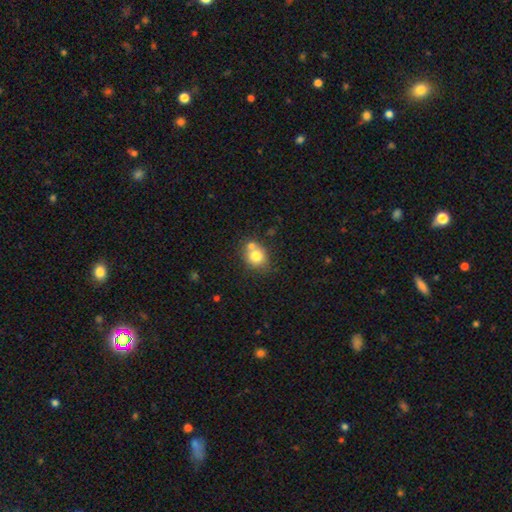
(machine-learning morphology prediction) smooth 76%, featured or disk 13%, star or artifact 10%. Down the decision tree: how rounded — round (70%); merging — none (50%).